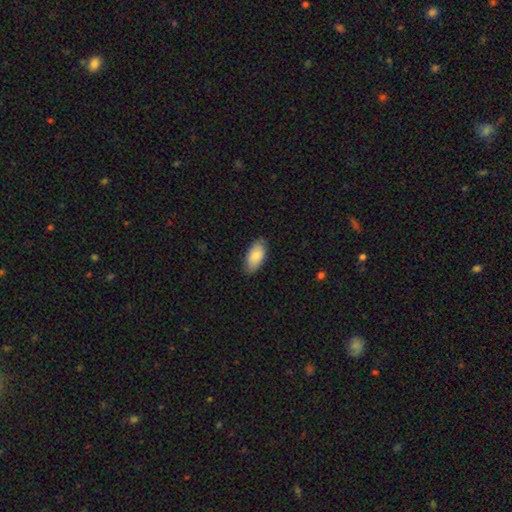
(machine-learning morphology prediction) type=smooth (86%); roundness=in between (93%); merging=none (85%).